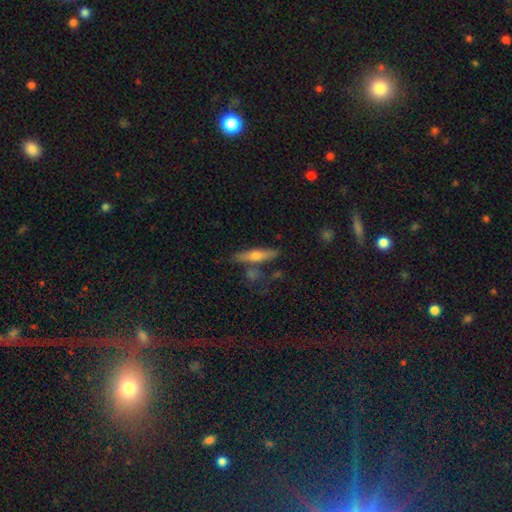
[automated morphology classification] This appears to be a featured or disk galaxy (47%). Merging: none (72%).